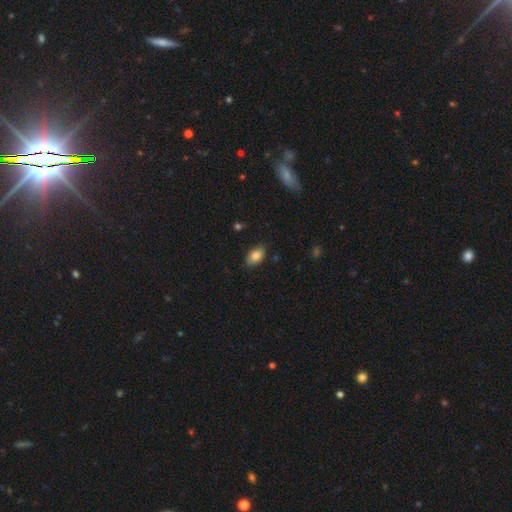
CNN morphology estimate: Smooth or featured?
  - smooth: 83% *
  - featured or disk: 9%
  - star or artifact: 8%
How rounded?
  - in between: 89% *
  - round: 9%
  - cigar-shaped: 2%
Merging?
  - none: 79% *
  - minor disturbance: 17%
  - major disturbance: 3%
  - merger: 1%